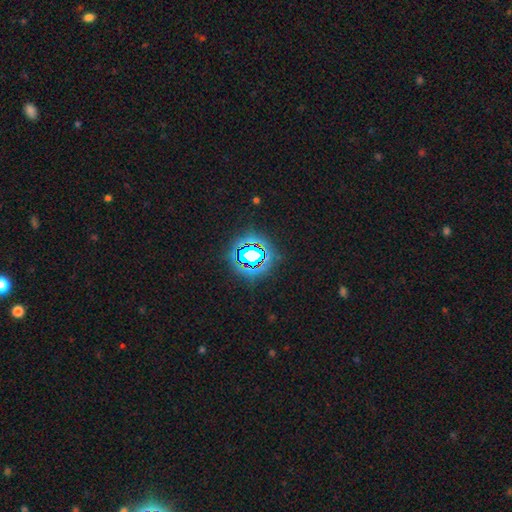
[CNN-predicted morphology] smooth_or_featured: star or artifact (p=0.74) [alt: smooth p=0.15]